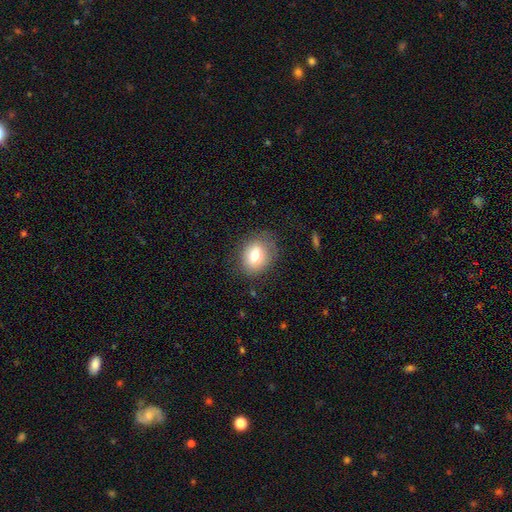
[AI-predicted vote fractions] A smooth galaxy with no disk features (74%) that is in between round and cigar-shaped (59%). Merging: none (77%).